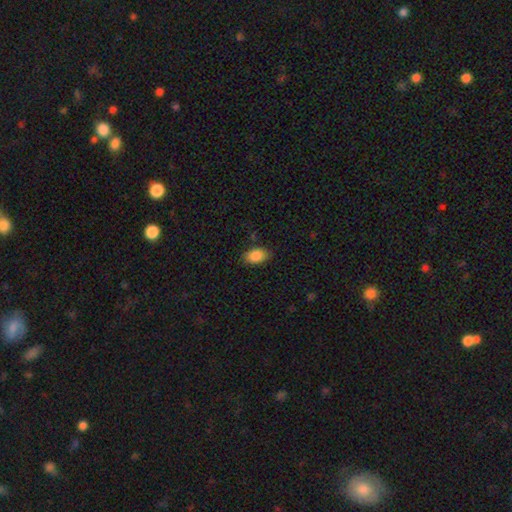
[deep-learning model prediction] smooth 88%, star or artifact 7%, featured or disk 5%. Down the decision tree: how rounded — in between (89%); merging — none (83%).